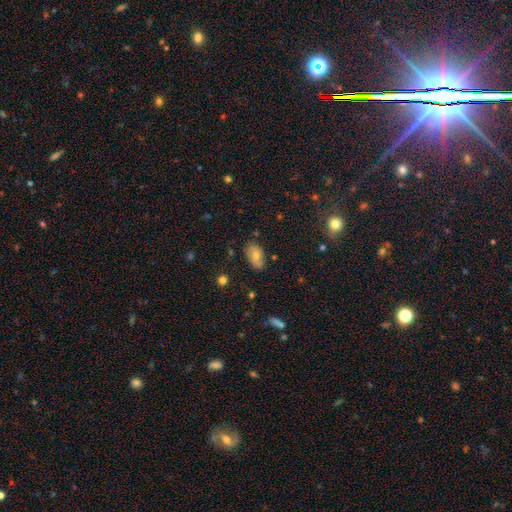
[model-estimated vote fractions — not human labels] A smooth galaxy with no disk features (66%) that is in between round and cigar-shaped (92%).

Vote fractions:
- Smooth or featured? smooth: 66% / featured or disk: 24% / star or artifact: 10%
- How rounded? in between: 92% / round: 6% / cigar-shaped: 2%
- Merging? none: 79% / minor disturbance: 16% / major disturbance: 3% / merger: 2%